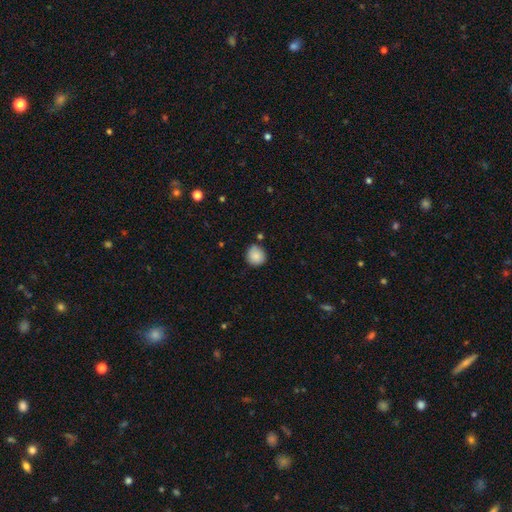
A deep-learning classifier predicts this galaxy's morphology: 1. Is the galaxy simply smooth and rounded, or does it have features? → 87% smooth, 8% star or artifact, 5% featured or disk.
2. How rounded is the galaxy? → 89% round, 10% in between, 1% cigar-shaped.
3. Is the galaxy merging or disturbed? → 80% none, 13% minor disturbance, 4% merger, 3% major disturbance.